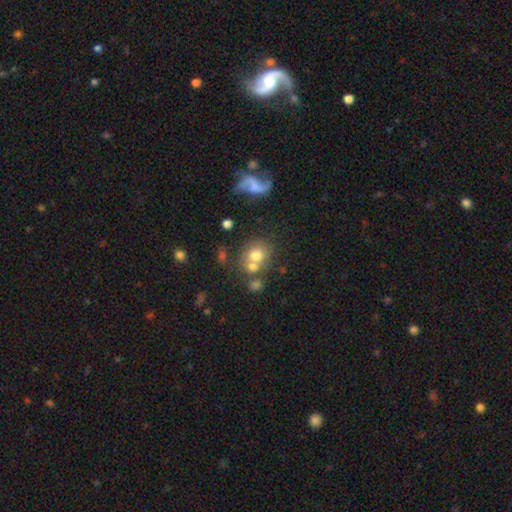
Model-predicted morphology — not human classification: type=smooth (70%); roundness=round (71%); merging=none (45%).